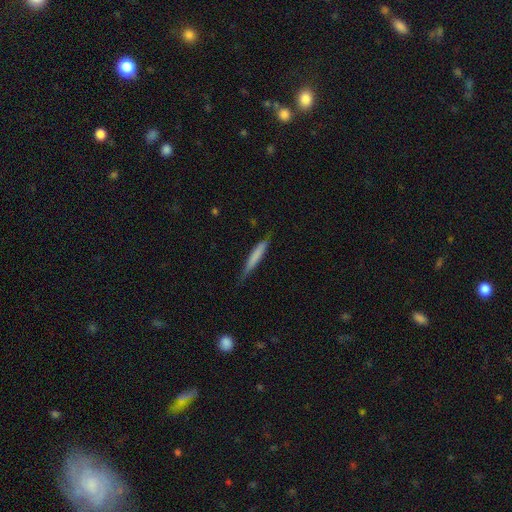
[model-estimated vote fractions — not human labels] The model was most divided on "smooth or featured": smooth: 66%, featured or disk: 29%, star or artifact: 6%. More confident: how rounded — cigar-shaped (95%); merging — none (78%).